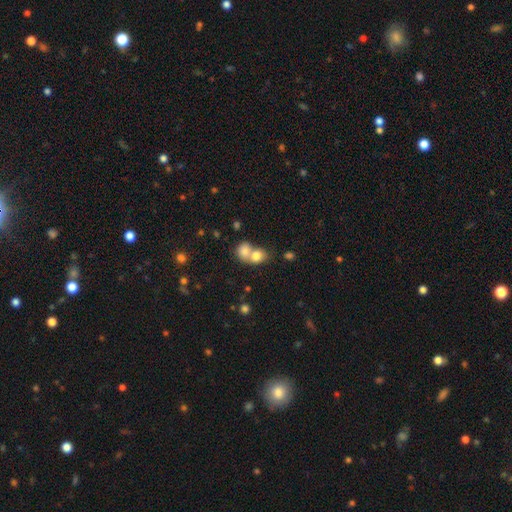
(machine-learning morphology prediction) The model was most divided on "how rounded": round: 57%, in between: 42%, cigar-shaped: 1%. More confident: smooth or featured — smooth (78%); merging — merger (69%).